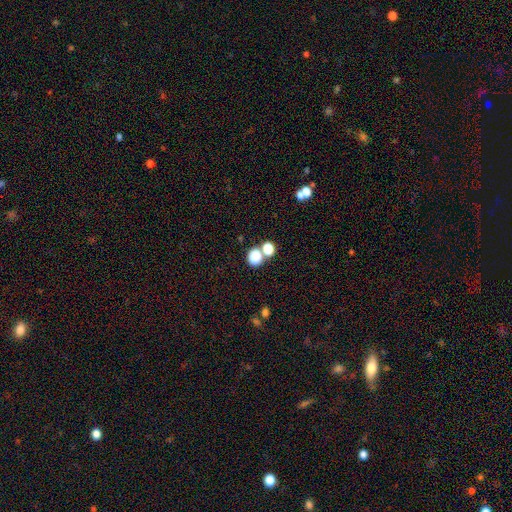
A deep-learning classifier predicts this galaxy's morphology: Smooth or featured? Predicted: smooth (p=0.82). How rounded? Predicted: round (p=0.74). Merging? Predicted: none (p=0.54).